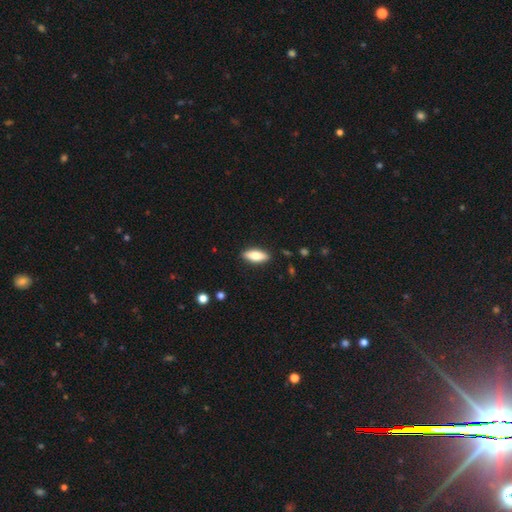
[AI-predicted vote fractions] This appears to be a smooth galaxy with no disk features (75%) that is in between round and cigar-shaped (72%). Merging: none (88%).